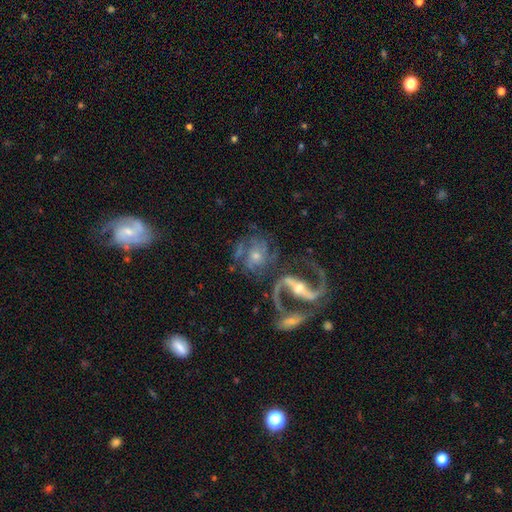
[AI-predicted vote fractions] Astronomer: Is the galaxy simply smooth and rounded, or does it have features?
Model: featured or disk — 82%.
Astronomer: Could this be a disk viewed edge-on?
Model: no — 95%.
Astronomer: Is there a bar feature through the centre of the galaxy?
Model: no — 40% (runner-up: weak, 31%).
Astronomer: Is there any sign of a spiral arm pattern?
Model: yes — 92%.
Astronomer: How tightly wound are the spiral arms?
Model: medium — 49% (runner-up: loose, 33%).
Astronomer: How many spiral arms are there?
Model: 2 — 77%.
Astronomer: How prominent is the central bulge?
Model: small — 48% (runner-up: moderate, 45%).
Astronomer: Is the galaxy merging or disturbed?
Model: none — 44% (runner-up: merger, 26%).